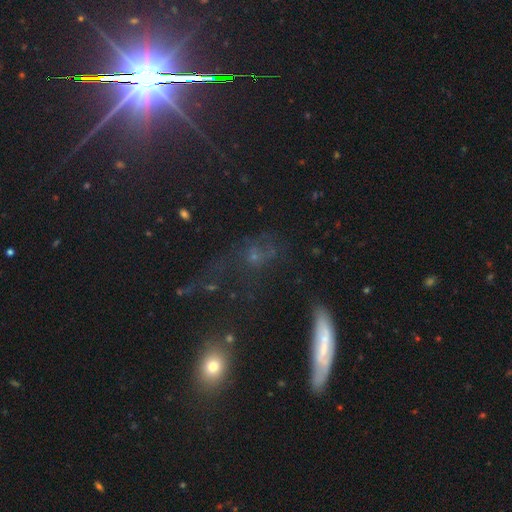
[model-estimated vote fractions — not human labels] smooth_or_featured: star or artifact (p=0.37) [alt: smooth p=0.33]